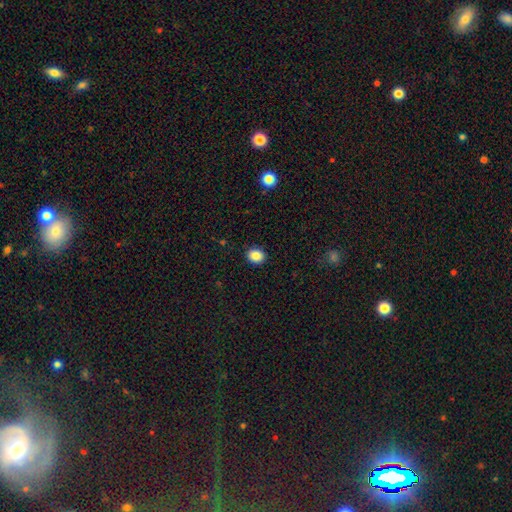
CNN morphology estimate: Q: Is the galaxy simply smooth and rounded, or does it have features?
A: smooth — 87%.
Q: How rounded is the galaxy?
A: round — 56%.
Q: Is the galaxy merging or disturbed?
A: none — 90%.